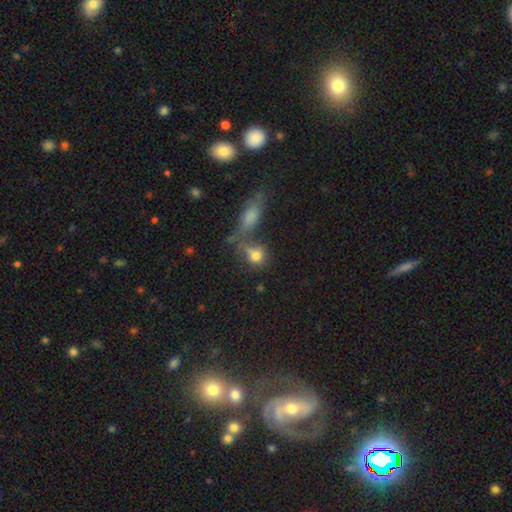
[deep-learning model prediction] smooth_or_featured: smooth (p=0.74) [alt: star or artifact p=0.13]
how_rounded: round (p=0.56) [alt: in between p=0.39]
merging: none (p=0.41) [alt: merger p=0.36]